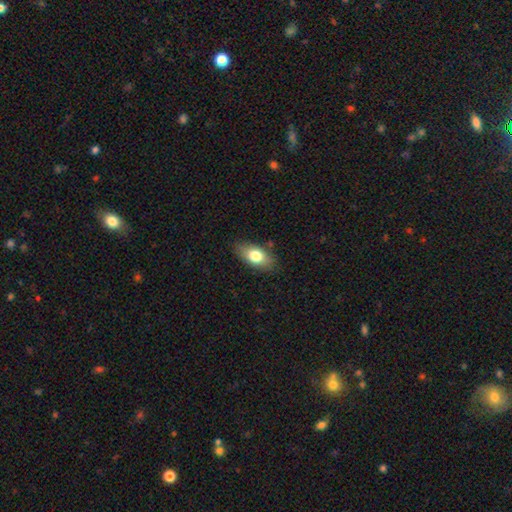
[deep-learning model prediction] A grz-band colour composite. It shows a smooth galaxy with no disk features (75%) that is in between round and cigar-shaped (88%). Merging: none (81%).